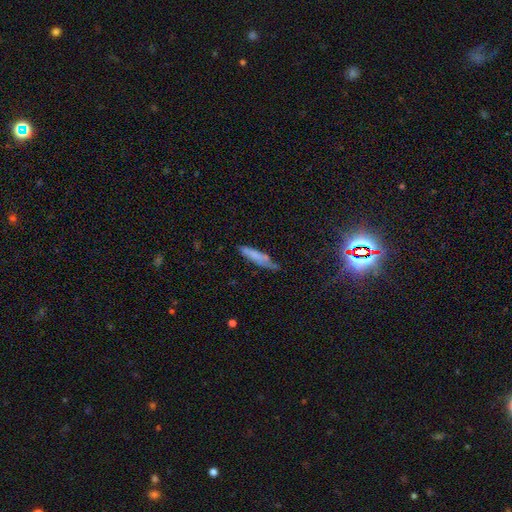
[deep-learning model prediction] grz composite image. It shows a smooth galaxy with no disk features (62%) that is cigar-shaped (82%). Merging: none (59%).